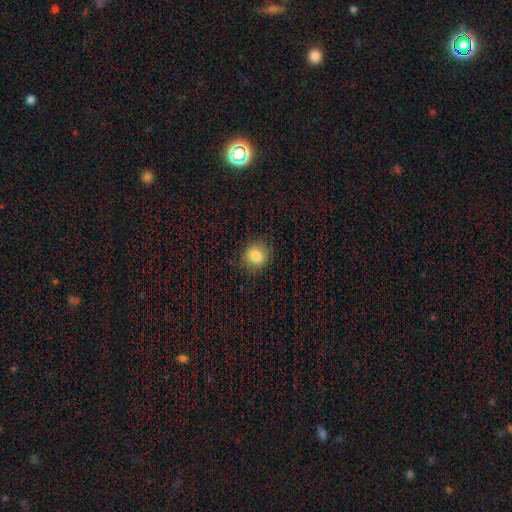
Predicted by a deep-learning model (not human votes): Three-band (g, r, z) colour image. It shows a smooth galaxy with no disk features (81%) that is round (74%). Merging: none (84%).